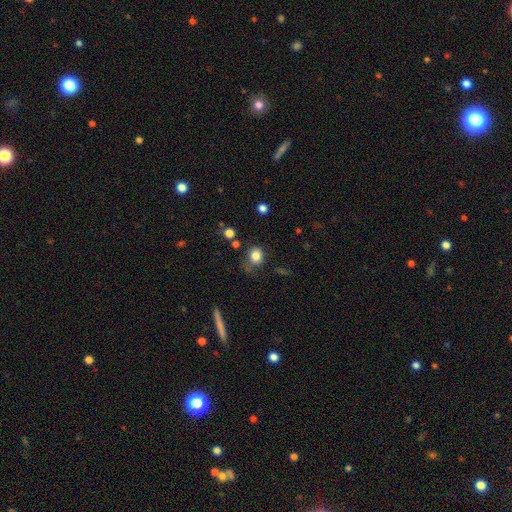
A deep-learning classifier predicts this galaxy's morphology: Smooth or featured? smooth (81%)
How rounded? round (67%)
Merging? none (60%)